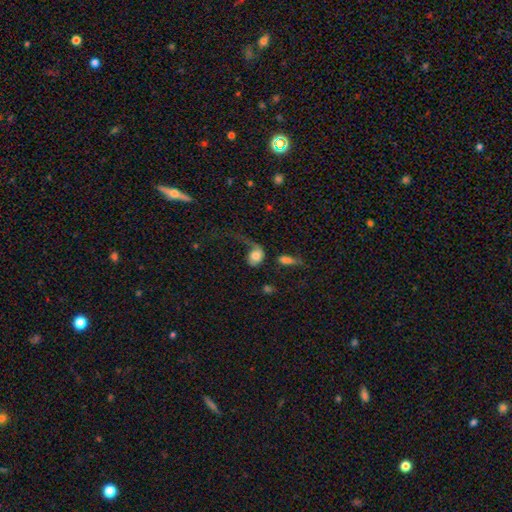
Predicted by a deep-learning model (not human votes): A smooth galaxy with no disk features (58%) that is in between round and cigar-shaped (52%). Merging: major disturbance (54%).